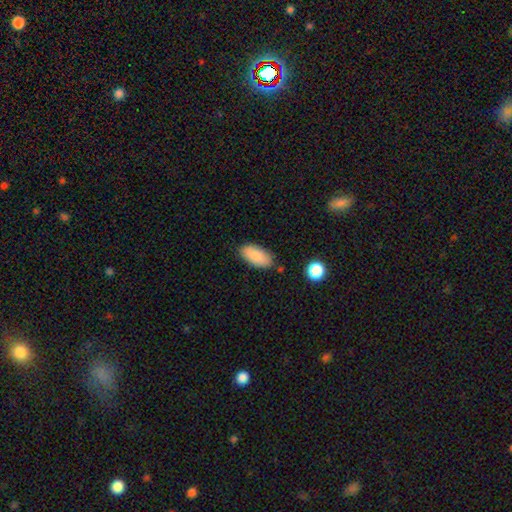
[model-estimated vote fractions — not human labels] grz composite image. It shows a smooth galaxy with no disk features (87%) that is in between round and cigar-shaped (92%). Merging: none (80%).